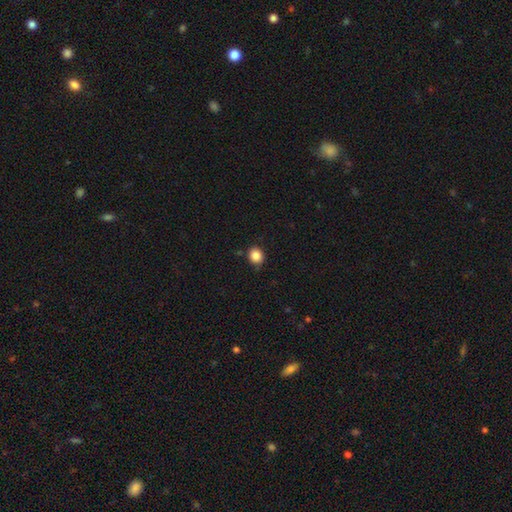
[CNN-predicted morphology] This is clearly a smooth galaxy (86%). How rounded: likely round (75%). Merging: clearly none (85%).